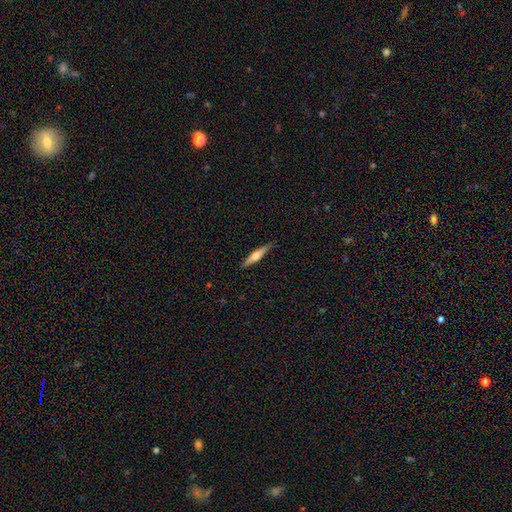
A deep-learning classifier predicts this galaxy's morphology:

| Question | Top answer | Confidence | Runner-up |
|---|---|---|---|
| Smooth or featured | featured or disk | 51% | smooth (44%) |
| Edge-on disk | yes | 96% | no (4%) |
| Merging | none | 87% | minor disturbance (10%) |